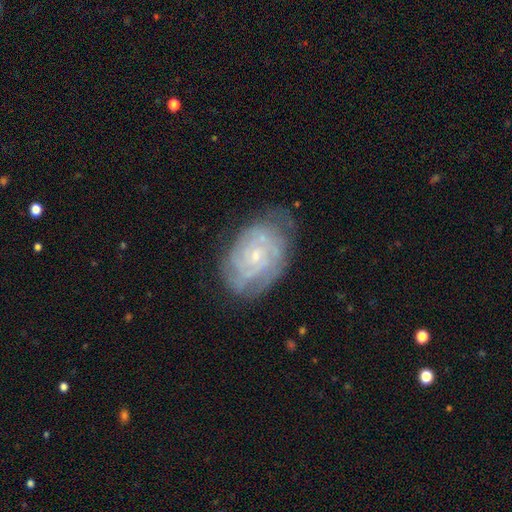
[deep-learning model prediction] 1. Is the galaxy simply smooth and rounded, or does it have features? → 81% featured or disk, 12% smooth, 7% star or artifact.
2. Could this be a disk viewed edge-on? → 97% no, 3% yes.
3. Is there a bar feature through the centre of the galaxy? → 74% no, 22% weak, 4% strong.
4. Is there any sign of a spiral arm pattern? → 93% yes, 7% no.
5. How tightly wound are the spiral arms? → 73% tight, 22% medium, 5% loose.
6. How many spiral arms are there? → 41% can't tell, 19% 2, 16% 3, 13% 4, 6% more than 4, 5% 1.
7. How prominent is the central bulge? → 78% small, 16% moderate, 3% none, 1% large, 1% dominant.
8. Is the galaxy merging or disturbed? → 69% none, 22% minor disturbance, 7% major disturbance, 2% merger.